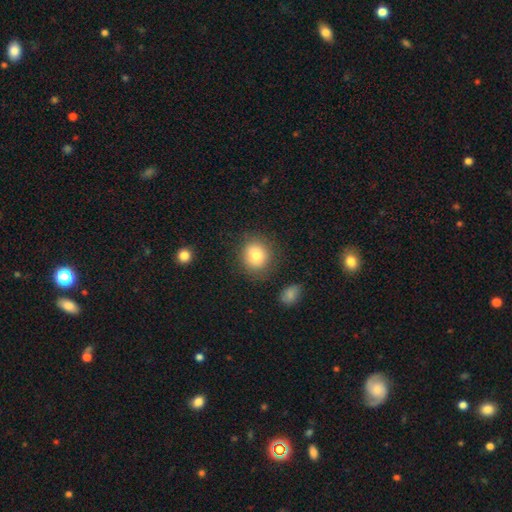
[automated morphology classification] The model was most divided on "how rounded": round: 81%, in between: 18%, cigar-shaped: 1%. More confident: merging — none (82%); smooth or featured — smooth (81%).